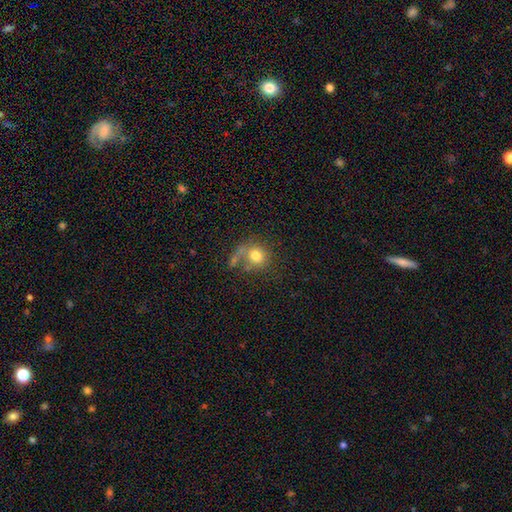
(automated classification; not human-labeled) Smooth or featured? Predicted: smooth (p=0.76). How rounded? Predicted: round (p=0.80). Merging? Predicted: none (p=0.48).